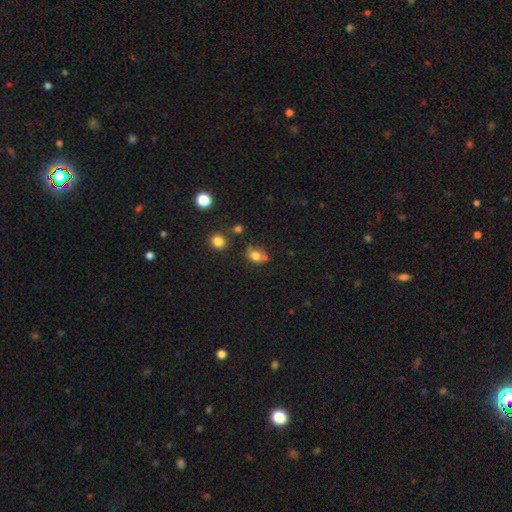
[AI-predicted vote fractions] smooth-or-featured: smooth: 74% | star or artifact: 13% | featured or disk: 13%
  how-rounded: round: 57% | in between: 42% | cigar-shaped: 1%
  merging: none: 47% | merger: 26% | minor disturbance: 19% | major disturbance: 8%